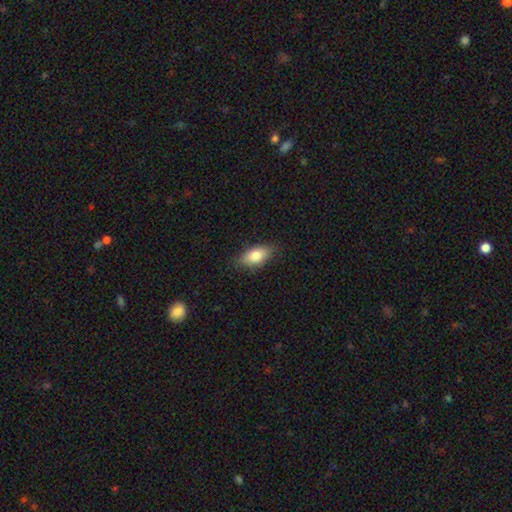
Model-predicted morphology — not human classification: The model was most divided on "smooth or featured": smooth: 80%, featured or disk: 13%, star or artifact: 7%. More confident: how rounded — in between (87%); merging — none (83%).